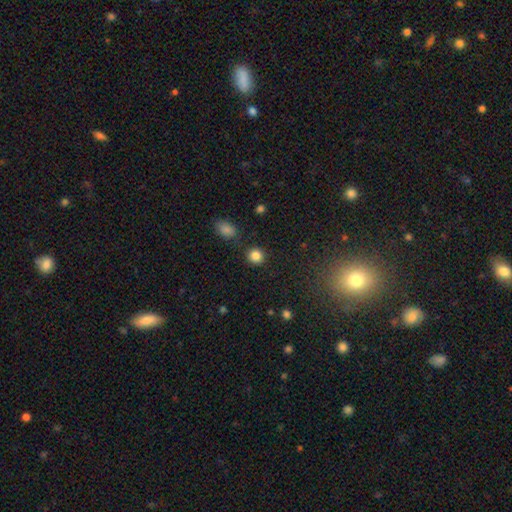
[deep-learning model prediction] A smooth galaxy with no disk features (85%) that is round (90%). Merging: none (87%).